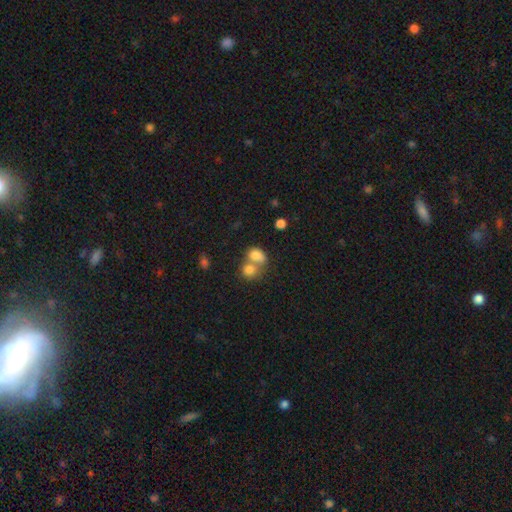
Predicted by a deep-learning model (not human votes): Overall: smooth (79%). How rounded: in between (60%; round 39%). Merging: merger (60%; none 27%).